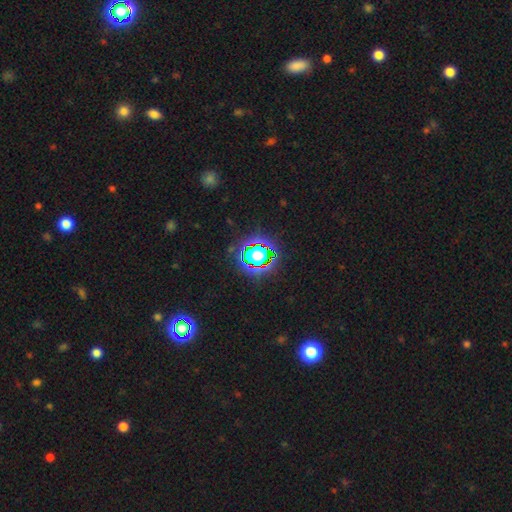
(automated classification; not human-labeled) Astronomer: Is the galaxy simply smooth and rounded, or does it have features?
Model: star or artifact — 80%.